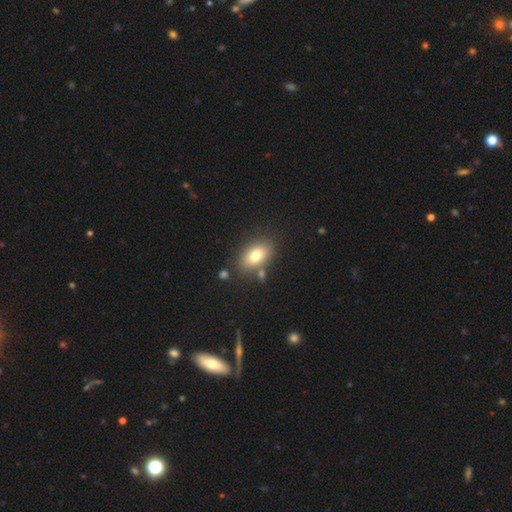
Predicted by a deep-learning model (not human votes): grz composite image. It shows a smooth galaxy with no disk features (77%) that is in between round and cigar-shaped (88%). Merging: none (75%).